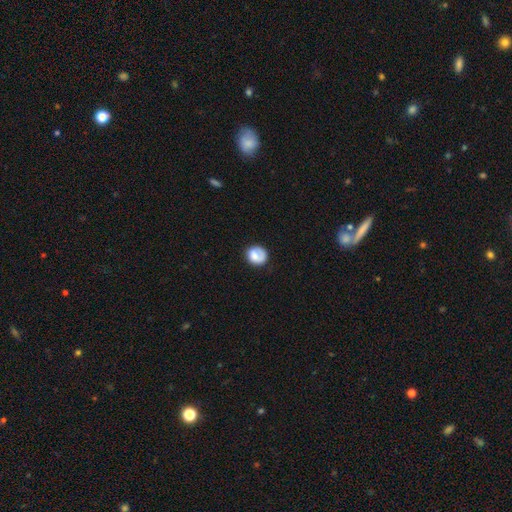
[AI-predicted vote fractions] Morphology: type=smooth (71%); roundness=round (80%); merging=none (66%).